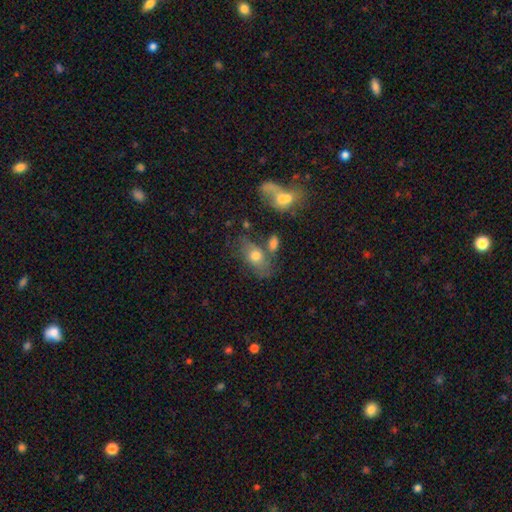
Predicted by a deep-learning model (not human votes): Smooth or featured? smooth (67%)
How rounded? in between (83%)
Merging? none (47%)